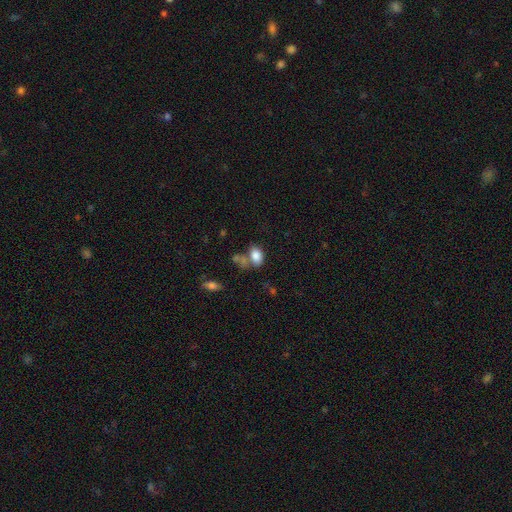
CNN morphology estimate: smooth 82%, star or artifact 10%, featured or disk 8%. Down the decision tree: how rounded — in between (82%); merging — none (47%).